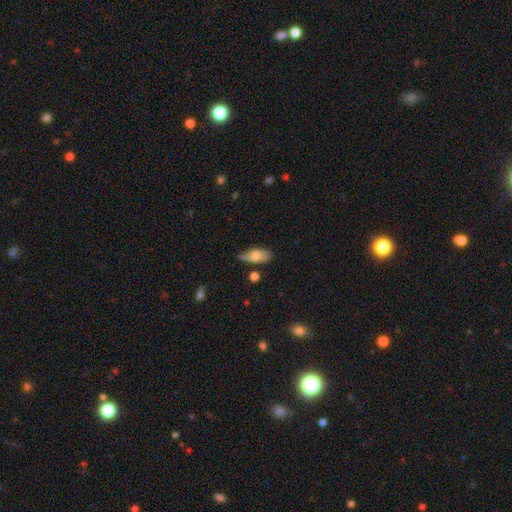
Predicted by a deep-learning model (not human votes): Smooth or featured? Predicted: smooth (p=0.70). How rounded? Predicted: in between (p=0.85). Merging? Predicted: none (p=0.66).